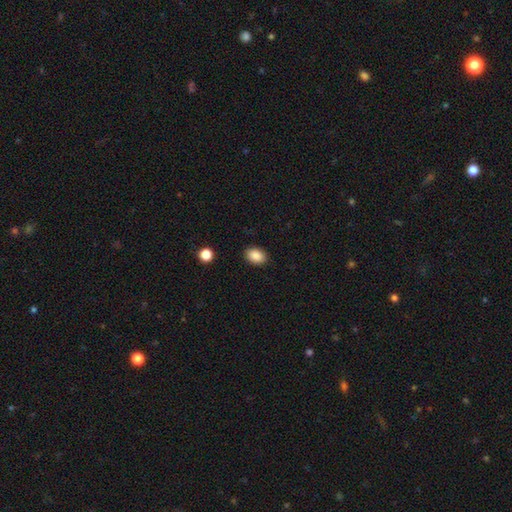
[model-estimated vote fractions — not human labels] Smooth or featured? Predicted: smooth (p=0.88). How rounded? Predicted: in between (p=0.77). Merging? Predicted: none (p=0.88).